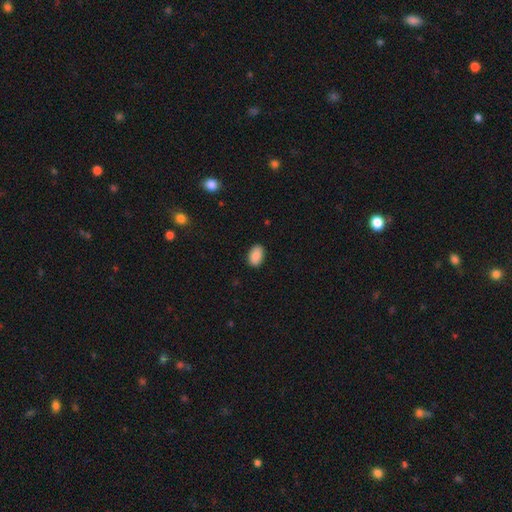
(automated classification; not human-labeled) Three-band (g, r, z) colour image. It shows a smooth galaxy with no disk features (90%) that is in between round and cigar-shaped (90%). Merging: none (88%).